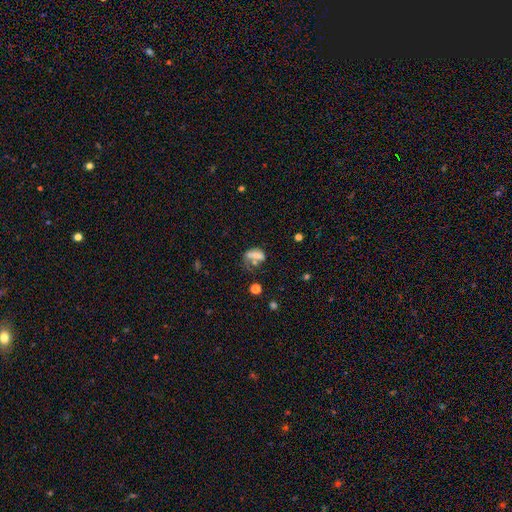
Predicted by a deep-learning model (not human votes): Overall: smooth (56%; featured or disk 29%). How rounded: in between (72%). Merging: major disturbance (35%; none 25%).